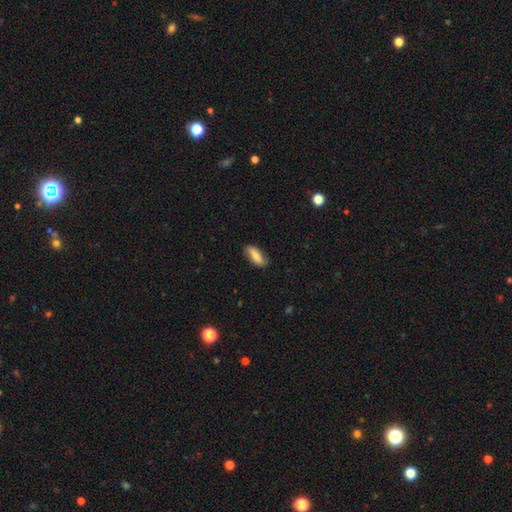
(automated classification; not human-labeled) This appears to be a smooth galaxy with no disk features (72%) that is in between round and cigar-shaped (68%). Merging: none (81%).